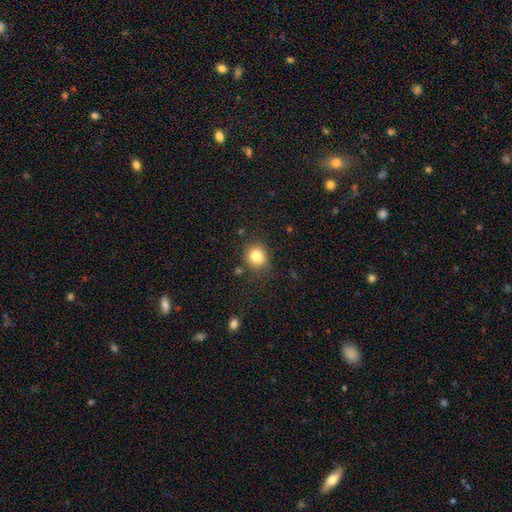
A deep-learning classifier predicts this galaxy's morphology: This is clearly a smooth galaxy (82%). How rounded: likely round (72%). Merging: likely none (80%).